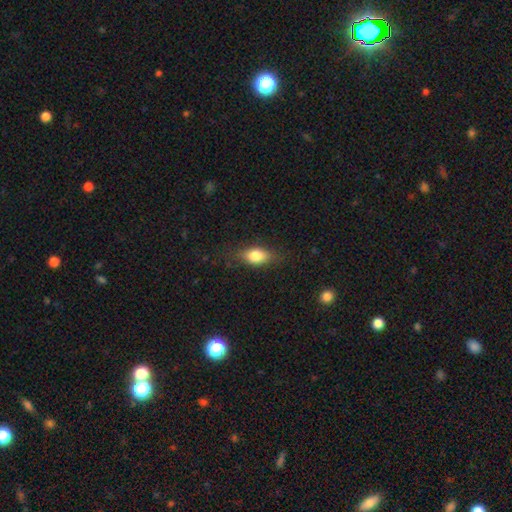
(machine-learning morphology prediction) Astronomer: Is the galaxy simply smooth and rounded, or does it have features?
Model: smooth — 77%.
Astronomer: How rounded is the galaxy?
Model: in between — 79%.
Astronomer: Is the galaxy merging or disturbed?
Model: none — 78%.